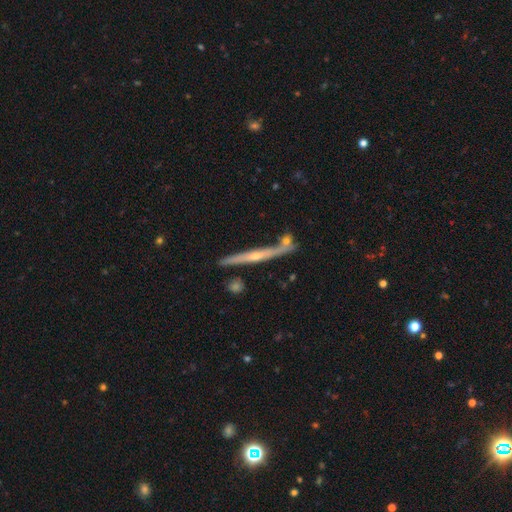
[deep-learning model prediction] This is likely a featured or disk galaxy (79%). It is clearly viewed edge-on (97%). Edge-on bulge: likely rounded (77%). Merging: likely none (77%).